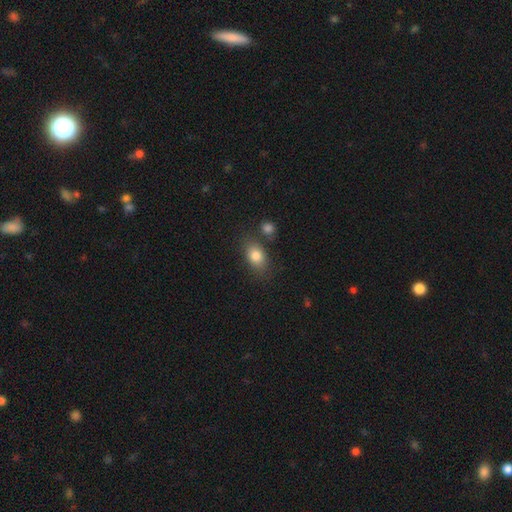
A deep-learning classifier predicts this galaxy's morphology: A smooth galaxy with no disk features (81%) that is in between round and cigar-shaped (79%).

Vote fractions:
- Smooth or featured? smooth: 81% / featured or disk: 10% / star or artifact: 9%
- How rounded? in between: 79% / round: 19% / cigar-shaped: 2%
- Merging? none: 69% / minor disturbance: 14% / merger: 12% / major disturbance: 5%